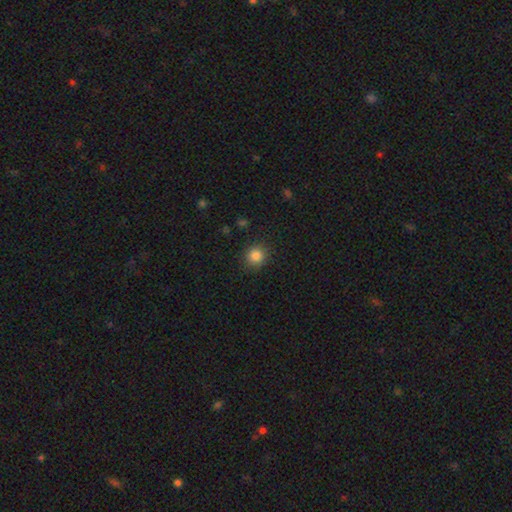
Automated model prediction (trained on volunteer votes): Smooth or featured: smooth — 84% (star or artifact — 11%)
How rounded: round — 89% (in between — 10%)
Merging: none — 88% (minor disturbance — 8%)